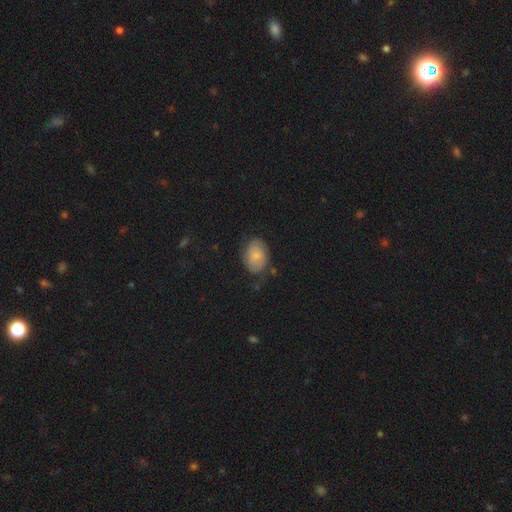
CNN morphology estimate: Q: Smooth or featured?
A: smooth (61%); runner-up: featured or disk (30%)
Q: How rounded?
A: in between (74%); runner-up: round (25%)
Q: Merging?
A: none (64%); runner-up: minor disturbance (24%)